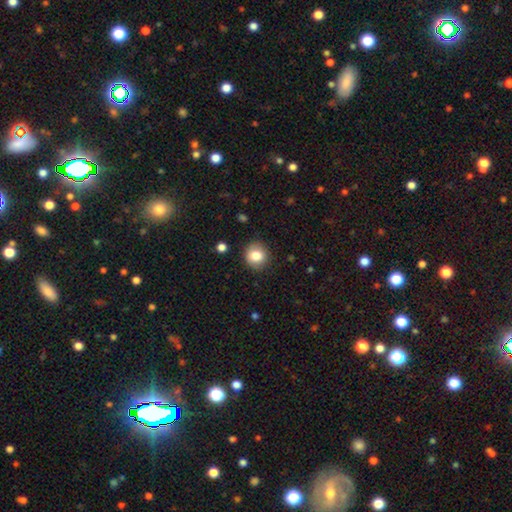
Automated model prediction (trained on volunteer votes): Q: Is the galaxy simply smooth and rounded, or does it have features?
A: smooth — 82%.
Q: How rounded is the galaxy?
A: round — 86%.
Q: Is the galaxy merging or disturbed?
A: none — 88%.